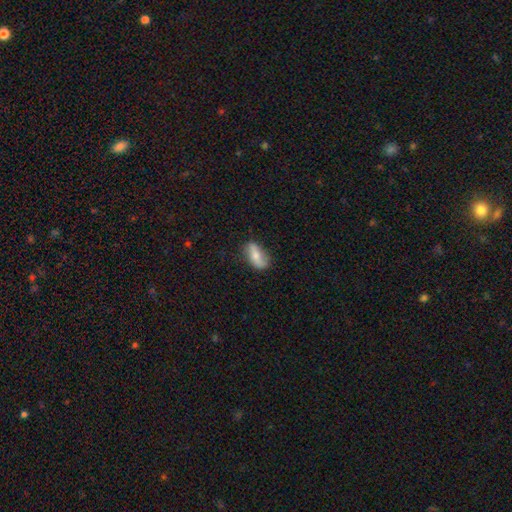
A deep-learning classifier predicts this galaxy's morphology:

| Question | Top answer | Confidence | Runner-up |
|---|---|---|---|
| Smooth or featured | smooth | 63% | featured or disk (31%) |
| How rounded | in between | 86% | cigar-shaped (10%) |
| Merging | none | 72% | minor disturbance (22%) |